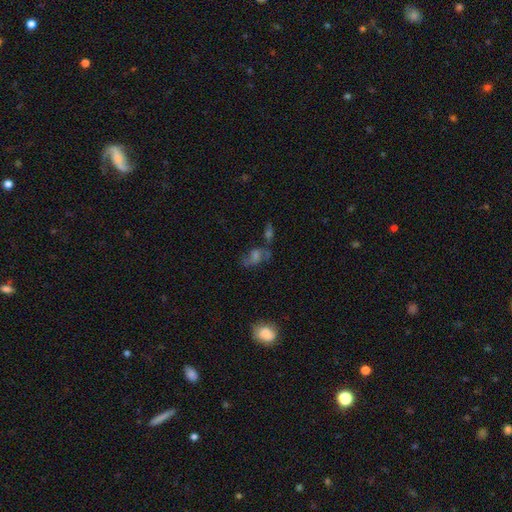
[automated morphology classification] Overall: featured or disk (41%; smooth 33%). Merging: none (47%; merger 21%).